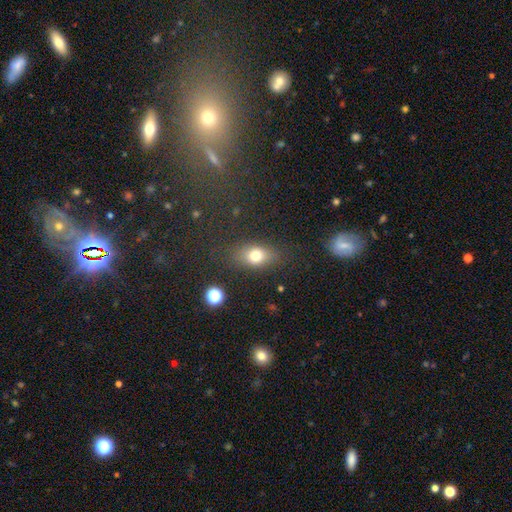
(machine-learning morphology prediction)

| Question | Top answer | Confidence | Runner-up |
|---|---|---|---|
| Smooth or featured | smooth | 75% | star or artifact (13%) |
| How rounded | in between | 69% | round (26%) |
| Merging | none | 79% | minor disturbance (13%) |